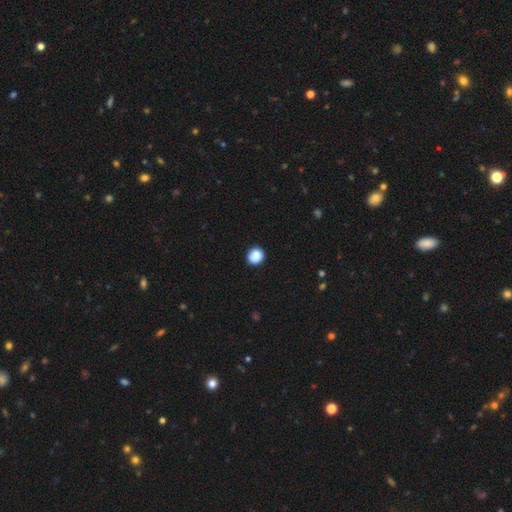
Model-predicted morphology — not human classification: smooth-or-featured: smooth: 87% | star or artifact: 9% | featured or disk: 4%
  how-rounded: round: 86% | in between: 13% | cigar-shaped: 1%
  merging: none: 87% | minor disturbance: 10% | major disturbance: 2% | merger: 1%